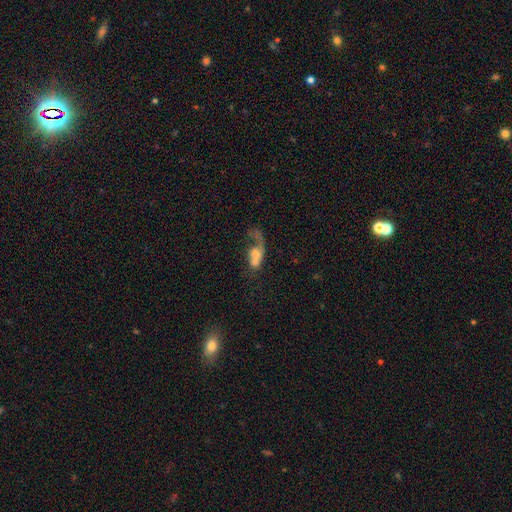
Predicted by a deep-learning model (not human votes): The model was most divided on "smooth or featured": smooth: 48%, featured or disk: 41%, star or artifact: 11%. More confident: merging — merger (57%).